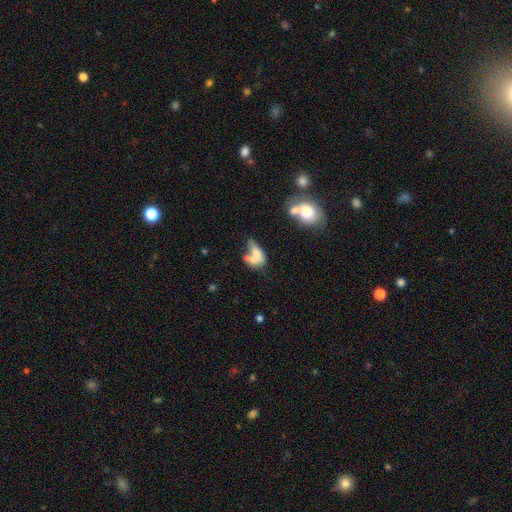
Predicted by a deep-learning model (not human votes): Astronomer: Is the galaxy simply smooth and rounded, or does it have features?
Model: smooth — 57% (runner-up: featured or disk, 33%).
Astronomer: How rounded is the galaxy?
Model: in between — 79%.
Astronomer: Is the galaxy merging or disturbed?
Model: merger — 57%.